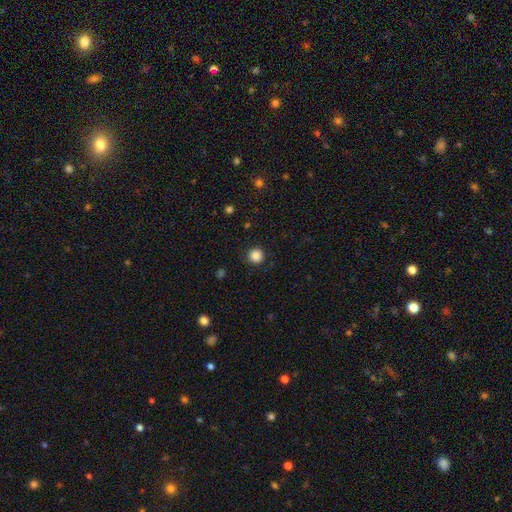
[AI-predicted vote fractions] Q: Smooth or featured?
A: smooth (86%); runner-up: star or artifact (11%)
Q: How rounded?
A: round (95%); runner-up: in between (5%)
Q: Merging?
A: none (90%); runner-up: minor disturbance (7%)